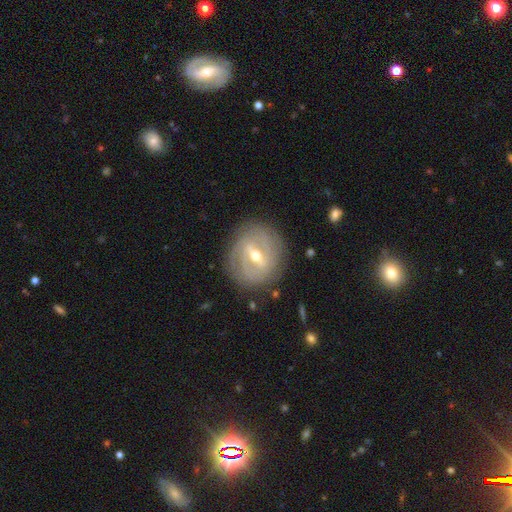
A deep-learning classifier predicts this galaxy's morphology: Smooth or featured?
  - featured or disk: 82% *
  - smooth: 13%
  - star or artifact: 5%
Edge-on disk?
  - no: 94% *
  - yes: 6%
Bar?
  - strong: 50% *
  - weak: 39%
  - no: 10%
Spiral arms?
  - yes: 77% *
  - no: 23%
Spiral winding?
  - tight: 68% *
  - medium: 24%
  - loose: 9%
Spiral arm count?
  - can't tell: 39% *
  - 2: 35%
  - 3: 12%
  - 4: 6%
  - 1: 5%
  - more than 4: 4%
Bulge size?
  - moderate: 67% *
  - small: 29%
  - large: 3%
  - none: 1%
  - dominant: 1%
Merging?
  - none: 82% *
  - minor disturbance: 13%
  - major disturbance: 4%
  - merger: 1%